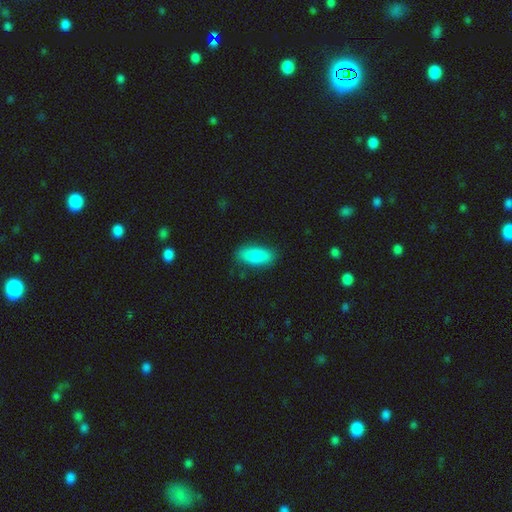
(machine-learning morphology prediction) smooth-or-featured: smooth: 84% | featured or disk: 9% | star or artifact: 6%
  how-rounded: in between: 84% | cigar-shaped: 13% | round: 3%
  merging: none: 82% | minor disturbance: 13% | major disturbance: 3% | merger: 1%